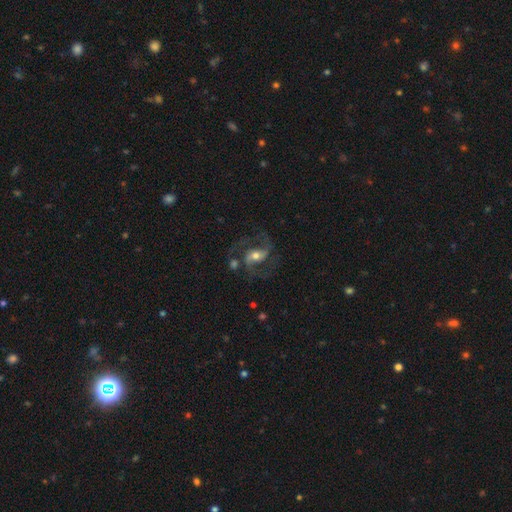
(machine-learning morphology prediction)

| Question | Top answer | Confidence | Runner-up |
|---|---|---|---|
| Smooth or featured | featured or disk | 85% | smooth (9%) |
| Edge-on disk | no | 97% | yes (3%) |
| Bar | weak | 43% | strong (30%) |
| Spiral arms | yes | 95% | no (5%) |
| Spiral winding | medium | 54% | loose (36%) |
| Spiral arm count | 2 | 85% | 3 (7%) |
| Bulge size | moderate | 64% | small (25%) |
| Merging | none | 63% | minor disturbance (16%) |